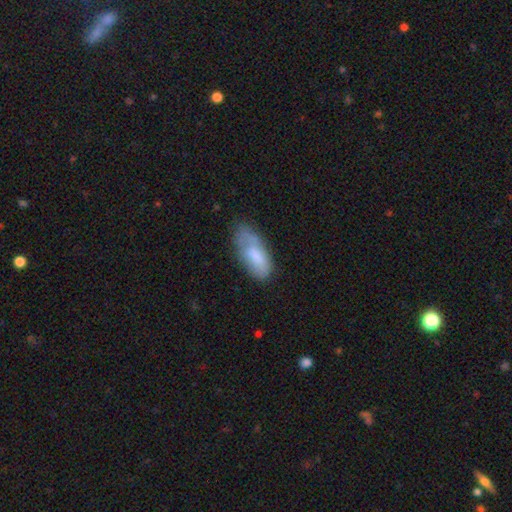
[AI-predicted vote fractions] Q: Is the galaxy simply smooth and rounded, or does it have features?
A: smooth — 72%.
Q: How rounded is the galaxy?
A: in between — 83%.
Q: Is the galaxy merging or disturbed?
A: none — 44%.